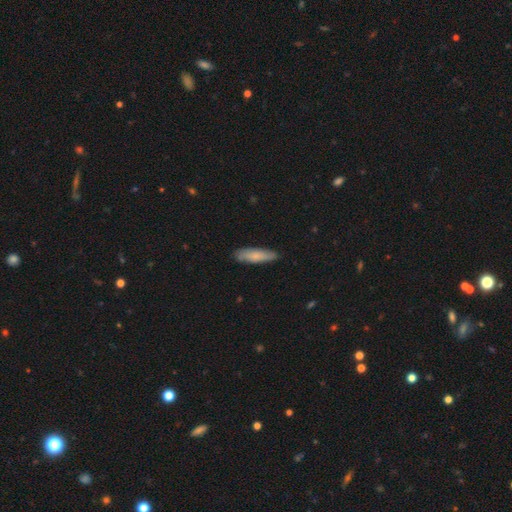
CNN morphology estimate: type=smooth (74%); roundness=cigar-shaped (74%); merging=none (86%).